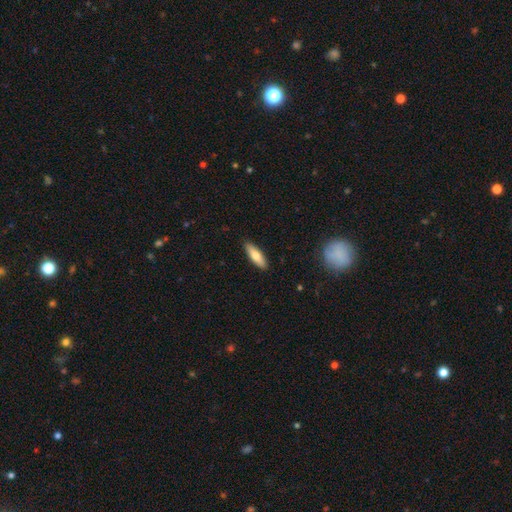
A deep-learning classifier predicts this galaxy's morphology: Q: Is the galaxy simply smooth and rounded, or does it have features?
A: smooth — 71%.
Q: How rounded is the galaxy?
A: cigar-shaped — 54%.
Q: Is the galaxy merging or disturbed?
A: none — 90%.